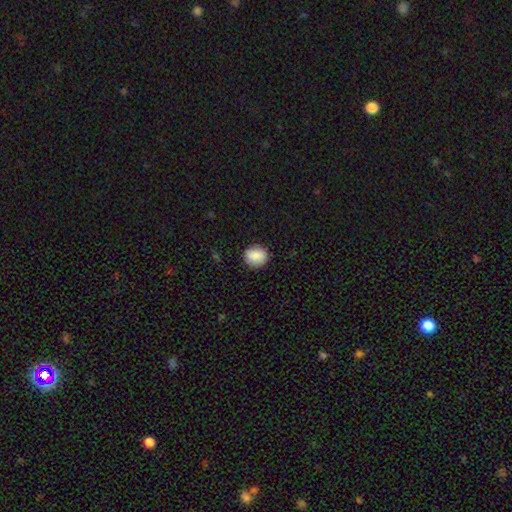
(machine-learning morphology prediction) Smooth or featured: smooth — 87% (star or artifact — 8%)
How rounded: round — 79% (in between — 20%)
Merging: none — 87% (minor disturbance — 10%)